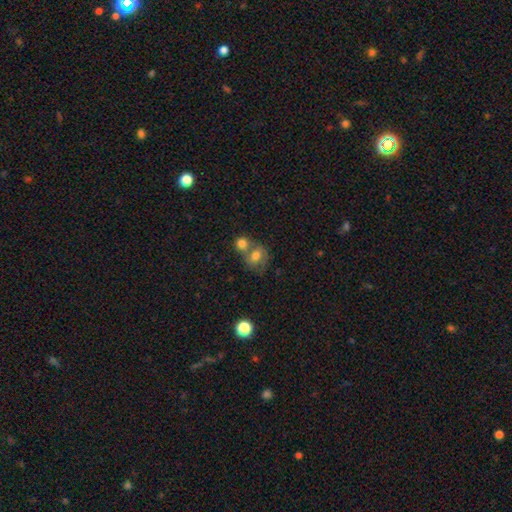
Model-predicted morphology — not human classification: A smooth galaxy with no disk features (69%) that is round (65%).

Vote fractions:
- Smooth or featured? smooth: 69% / featured or disk: 20% / star or artifact: 11%
- How rounded? round: 65% / in between: 34% / cigar-shaped: 1%
- Merging? merger: 52% / none: 33% / minor disturbance: 10% / major disturbance: 5%